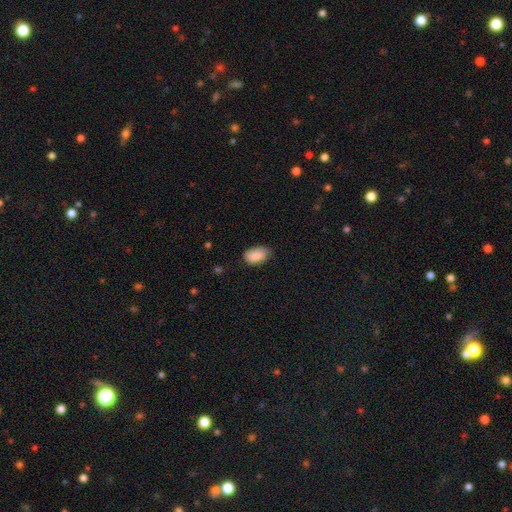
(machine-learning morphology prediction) type=smooth (84%); roundness=in between (92%); merging=none (67%).